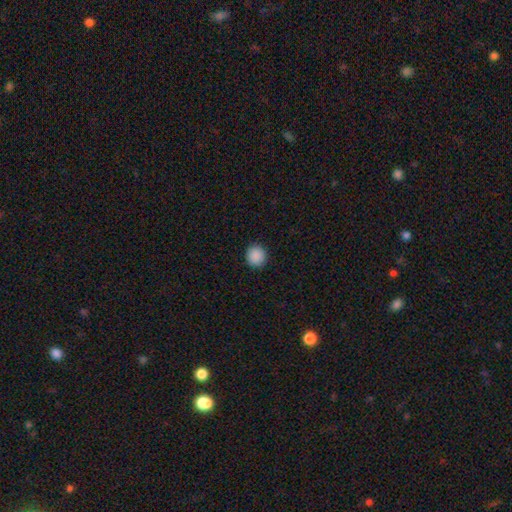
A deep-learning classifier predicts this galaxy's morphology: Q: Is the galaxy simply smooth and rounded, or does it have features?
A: smooth — 90%.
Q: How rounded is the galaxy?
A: round — 90%.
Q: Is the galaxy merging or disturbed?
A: none — 92%.